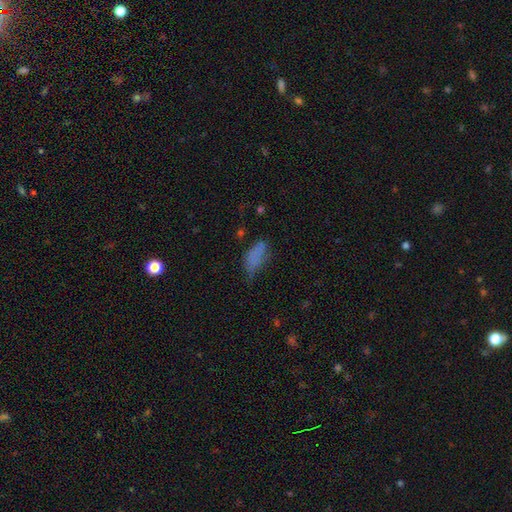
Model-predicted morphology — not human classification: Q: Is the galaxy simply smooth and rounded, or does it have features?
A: smooth — 68%.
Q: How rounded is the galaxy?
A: in between — 83%.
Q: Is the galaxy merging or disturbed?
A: none — 37%.